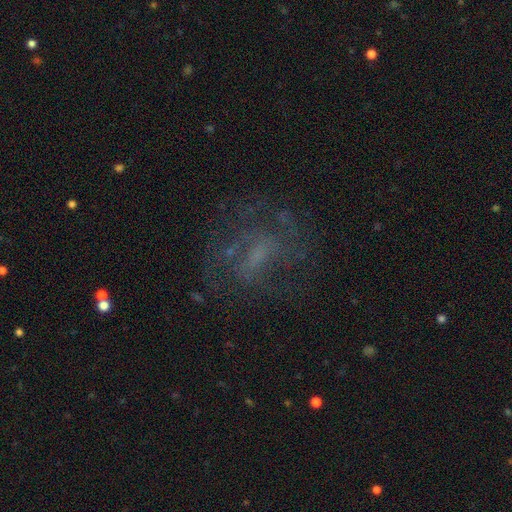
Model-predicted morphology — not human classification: featured or disk 57%, smooth 23%, star or artifact 20%. Down the decision tree: edge-on disk — no (96%); bar — no (48%); spiral arms — yes (62%); bulge size — none (41%); merging — none (60%).